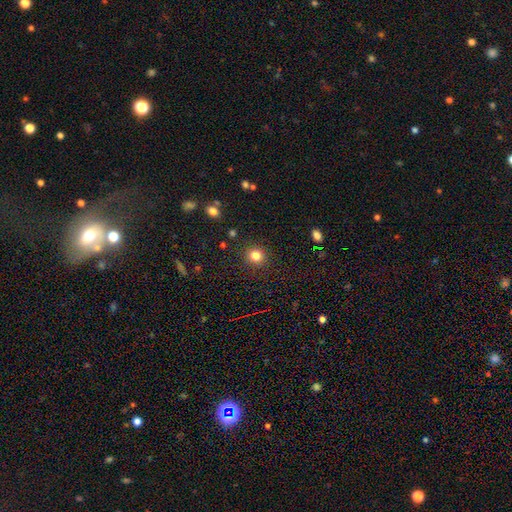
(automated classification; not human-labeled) Smooth or featured? smooth (82%)
How rounded? round (90%)
Merging? none (90%)